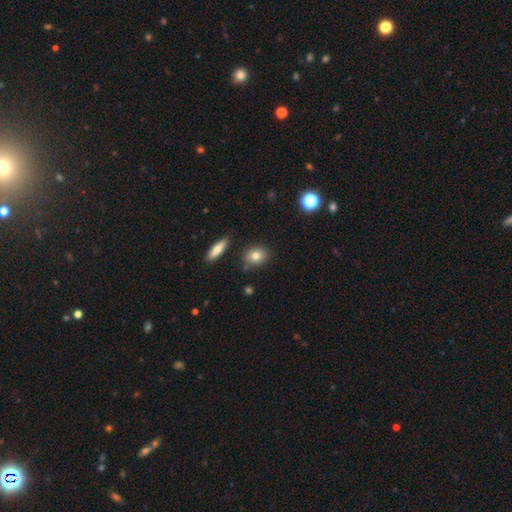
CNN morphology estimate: This appears to be a smooth galaxy with no disk features (80%) that is round (56%). Merging: none (82%).